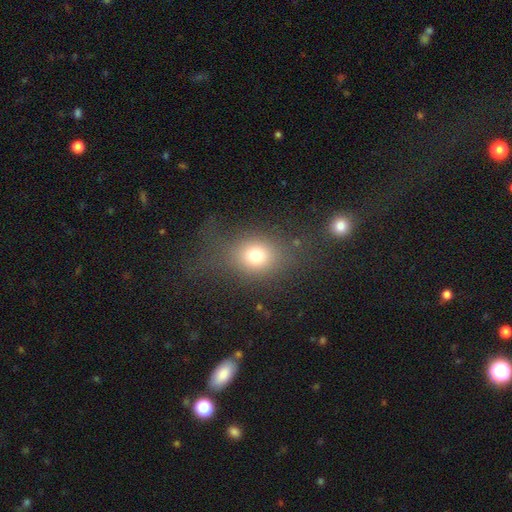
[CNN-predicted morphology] A smooth galaxy with no disk features (74%) that is round (58%).

Vote fractions:
- Smooth or featured? smooth: 74% / star or artifact: 15% / featured or disk: 11%
- How rounded? round: 58% / in between: 40% / cigar-shaped: 2%
- Merging? none: 60% / major disturbance: 19% / minor disturbance: 15% / merger: 6%